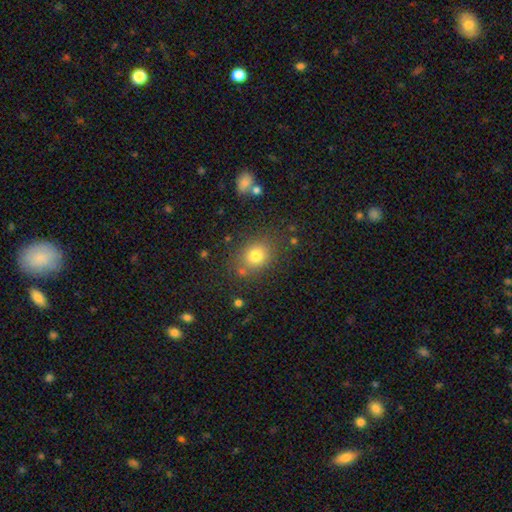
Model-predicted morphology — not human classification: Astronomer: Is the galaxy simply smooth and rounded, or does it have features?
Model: smooth — 76%.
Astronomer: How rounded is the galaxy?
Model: round — 62% (runner-up: in between, 37%).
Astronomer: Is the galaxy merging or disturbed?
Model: none — 79%.